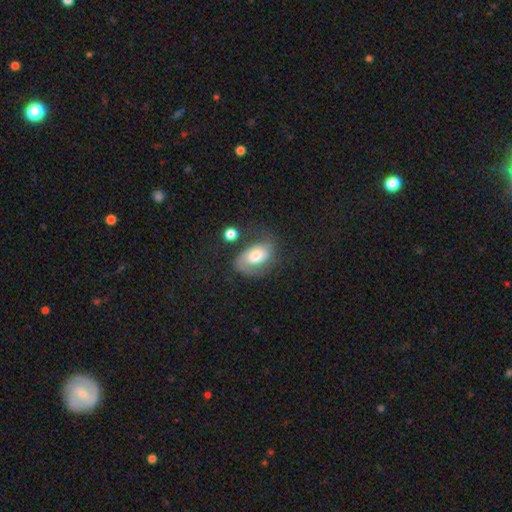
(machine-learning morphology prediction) Smooth or featured?
  - smooth: 52% *
  - featured or disk: 40%
  - star or artifact: 8%
How rounded?
  - in between: 88% *
  - round: 10%
  - cigar-shaped: 2%
Merging?
  - none: 46% *
  - minor disturbance: 27%
  - major disturbance: 20%
  - merger: 7%